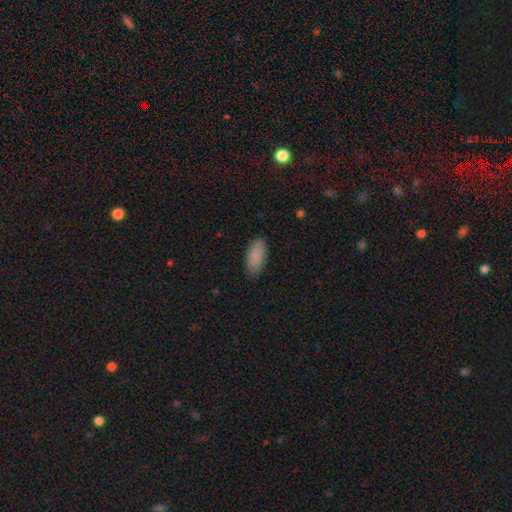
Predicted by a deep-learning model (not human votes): The model was most divided on "merging": none: 85%, minor disturbance: 11%, major disturbance: 2%, merger: 1%. More confident: how rounded — in between (90%); smooth or featured — smooth (88%).